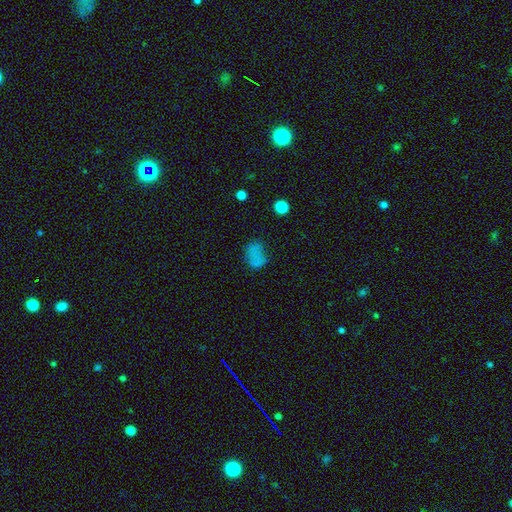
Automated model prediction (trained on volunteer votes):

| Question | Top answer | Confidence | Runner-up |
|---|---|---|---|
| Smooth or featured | smooth | 65% | star or artifact (20%) |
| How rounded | in between | 74% | round (24%) |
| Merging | none | 52% | minor disturbance (24%) |